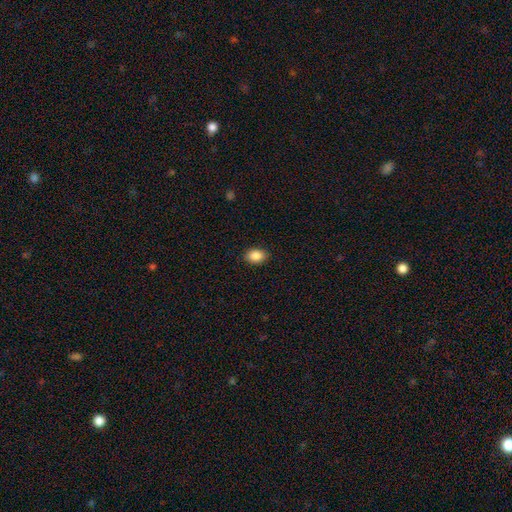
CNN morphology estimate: This is clearly a smooth galaxy (88%). How rounded: likely in between (76%). Merging: clearly none (88%).